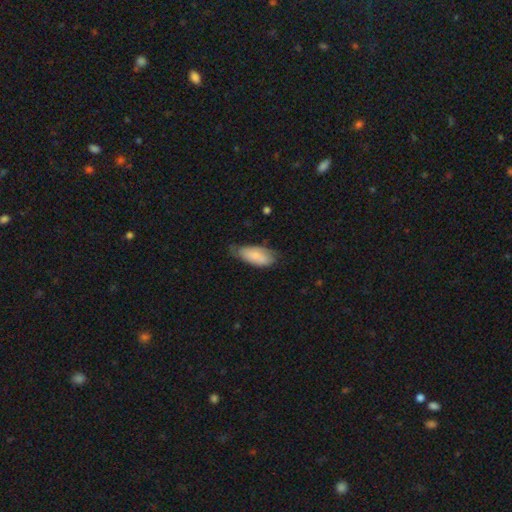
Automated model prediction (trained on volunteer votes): This is likely a smooth galaxy (78%). How rounded: clearly in between (87%). Merging: possibly none (52%).